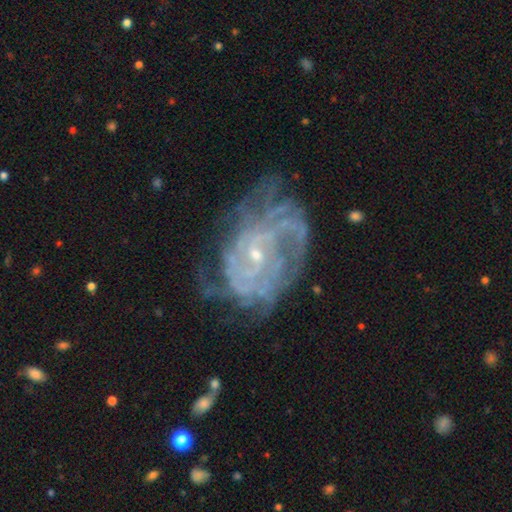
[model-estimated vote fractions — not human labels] Smooth or featured? featured or disk (86%)
Edge-on disk? no (97%)
Bar? no (62%)
Spiral arms? yes (94%)
Spiral winding? tight (68%)
Spiral arm count? can't tell (38%)
Bulge size? small (80%)
Merging? none (58%)